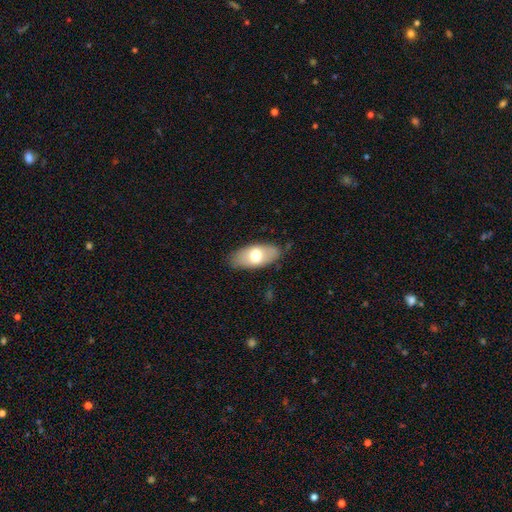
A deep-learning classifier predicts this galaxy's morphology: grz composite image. It shows a smooth galaxy with no disk features (66%) that is in between round and cigar-shaped (90%). Merging: none (82%).